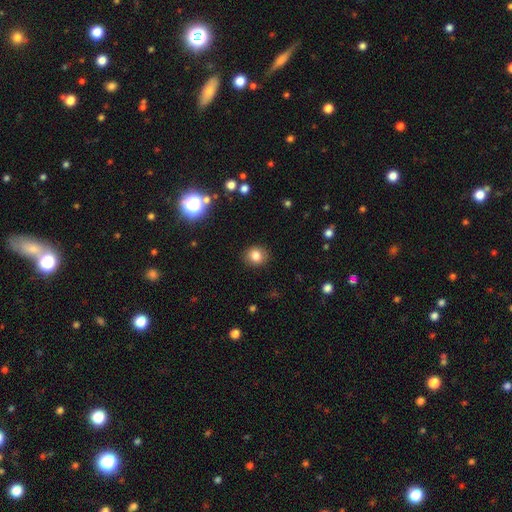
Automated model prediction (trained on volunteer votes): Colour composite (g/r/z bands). It shows a smooth galaxy with no disk features (81%) that is round (80%). Merging: none (89%).